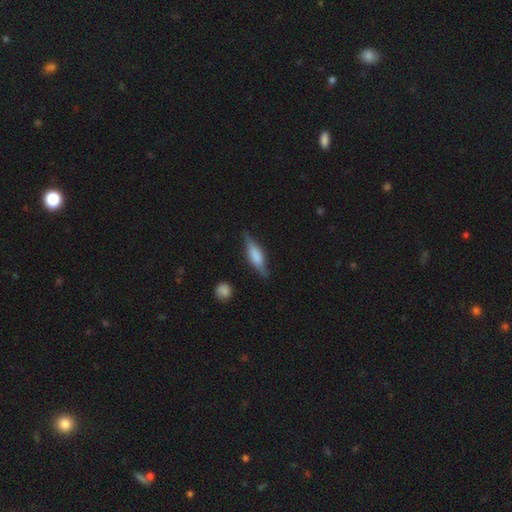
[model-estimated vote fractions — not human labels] Morphology: type=featured or disk (50%); merging=none (79%).